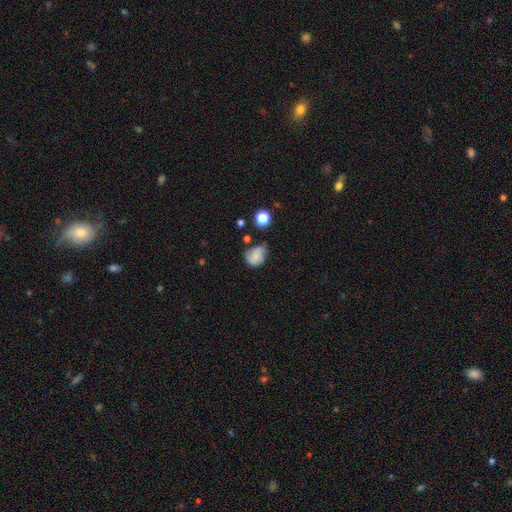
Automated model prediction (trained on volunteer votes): Q: Smooth or featured?
A: smooth (63%); runner-up: featured or disk (26%)
Q: How rounded?
A: round (53%); runner-up: in between (46%)
Q: Merging?
A: none (43%); runner-up: minor disturbance (38%)